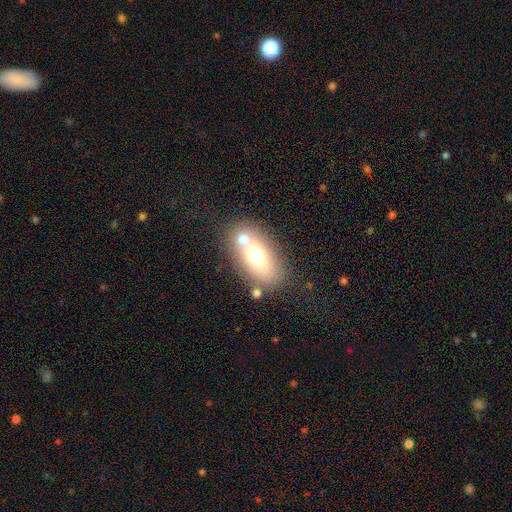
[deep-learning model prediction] Overall: smooth (63%; featured or disk 25%). How rounded: in between (82%). Merging: none (55%; merger 28%).